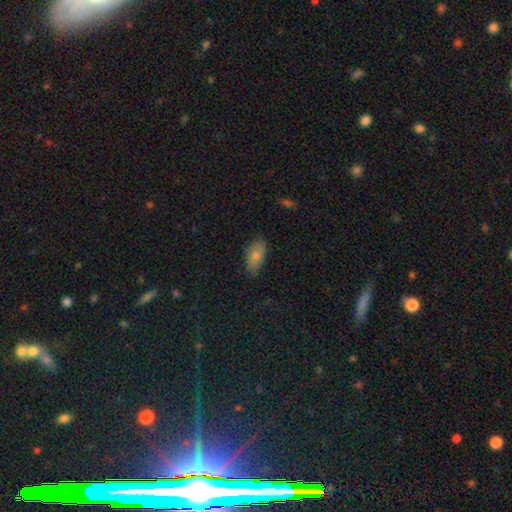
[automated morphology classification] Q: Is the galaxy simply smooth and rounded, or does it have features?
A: smooth — 77%.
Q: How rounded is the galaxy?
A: in between — 91%.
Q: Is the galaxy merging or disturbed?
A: none — 78%.